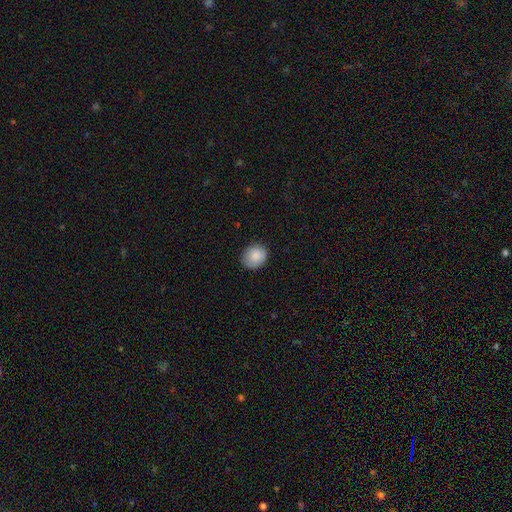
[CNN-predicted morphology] smooth-or-featured: smooth: 87% | star or artifact: 7% | featured or disk: 6%
  how-rounded: round: 72% | in between: 27% | cigar-shaped: 1%
  merging: none: 82% | minor disturbance: 14% | major disturbance: 3% | merger: 1%